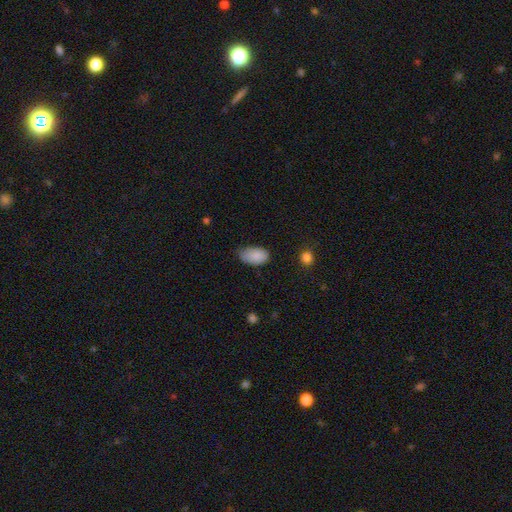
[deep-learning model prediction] This is clearly a smooth galaxy (87%). How rounded: clearly in between (93%). Merging: possibly none (54%).